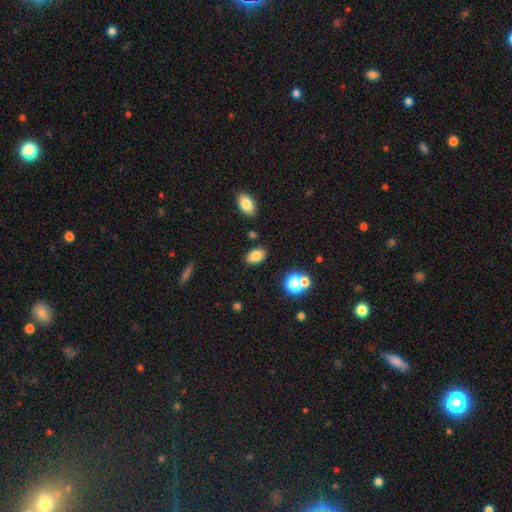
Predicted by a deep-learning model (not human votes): This is likely a smooth galaxy (80%). How rounded: clearly in between (87%). Merging: clearly none (84%).